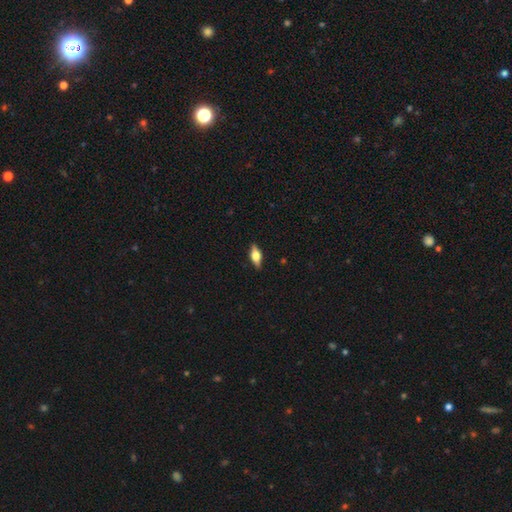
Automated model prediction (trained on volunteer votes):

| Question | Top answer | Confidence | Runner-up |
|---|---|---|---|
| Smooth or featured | featured or disk | 47% | smooth (46%) |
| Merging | none | 88% | minor disturbance (9%) |